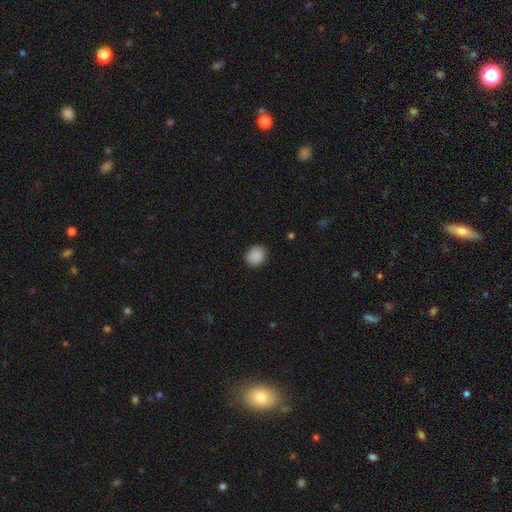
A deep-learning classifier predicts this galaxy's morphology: Smooth or featured: smooth — 89% (star or artifact — 8%)
How rounded: round — 64% (in between — 35%)
Merging: none — 89% (minor disturbance — 8%)